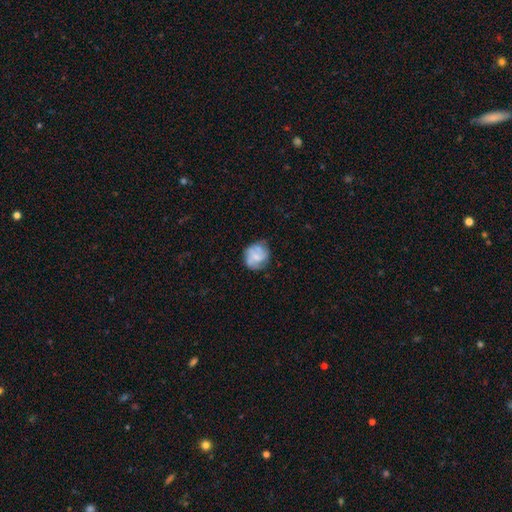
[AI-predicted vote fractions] Smooth or featured? featured or disk (50%)
Merging? none (65%)